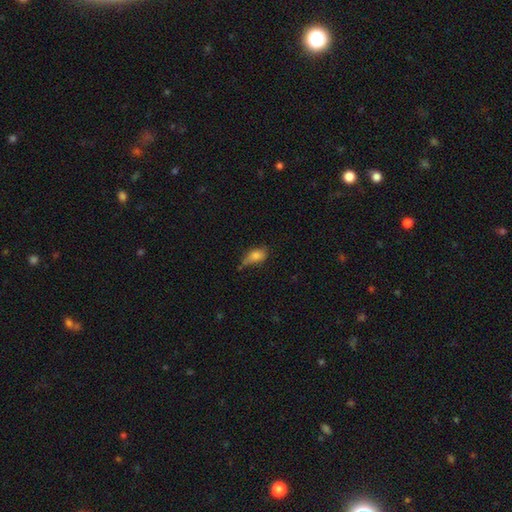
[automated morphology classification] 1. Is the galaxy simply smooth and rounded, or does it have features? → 77% smooth, 14% featured or disk, 9% star or artifact.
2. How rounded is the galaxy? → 84% in between, 8% cigar-shaped, 7% round.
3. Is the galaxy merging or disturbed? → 40% none, 39% minor disturbance, 14% major disturbance, 8% merger.